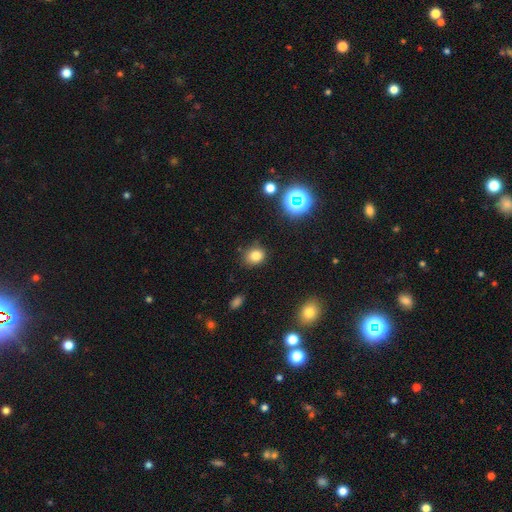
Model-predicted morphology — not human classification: Overall: smooth (78%). How rounded: round (61%; in between 38%). Merging: none (80%).